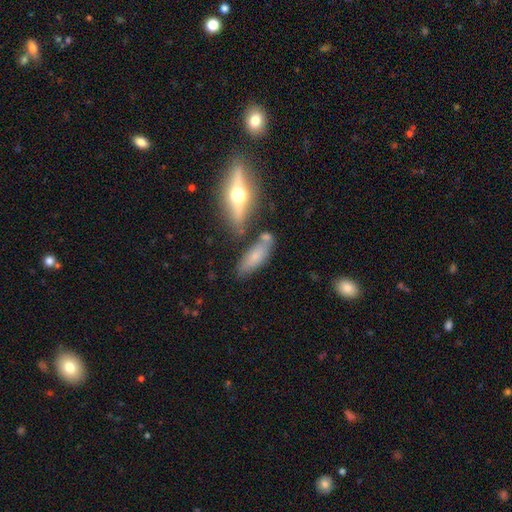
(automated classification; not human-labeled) A smooth galaxy with no disk features (63%) that is in between round and cigar-shaped (59%). Merging: none (65%).